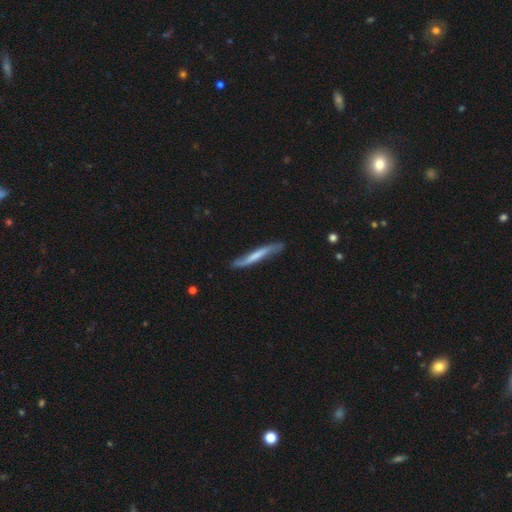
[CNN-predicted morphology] Q: Smooth or featured?
A: featured or disk (53%); runner-up: smooth (42%)
Q: Edge-on disk?
A: yes (65%); runner-up: no (35%)
Q: Merging?
A: none (67%); runner-up: minor disturbance (24%)